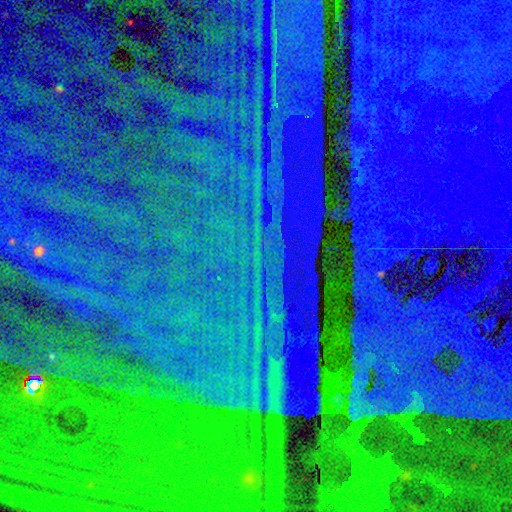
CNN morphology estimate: The model was most divided on "smooth or featured": star or artifact: 88%, featured or disk: 6%, smooth: 6%.